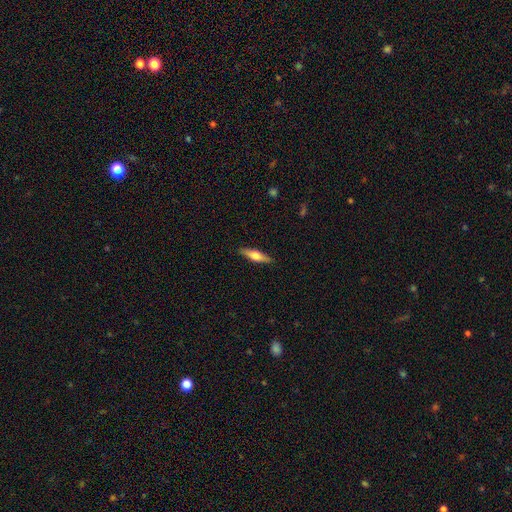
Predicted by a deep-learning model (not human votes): Morphology: type=smooth (51%); roundness=cigar-shaped (70%); merging=none (89%).